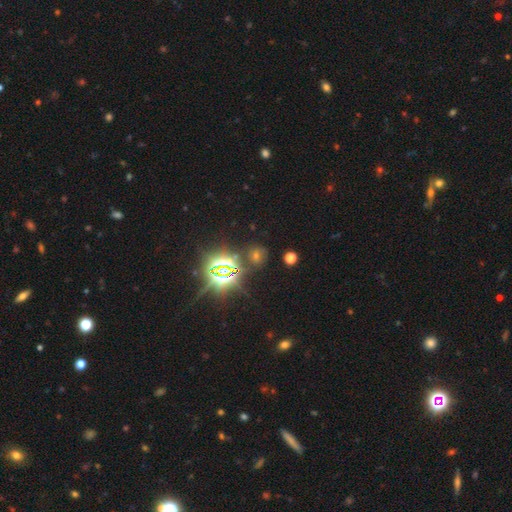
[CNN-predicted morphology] The model was most divided on "smooth or featured": star or artifact: 64%, smooth: 26%, featured or disk: 10%.